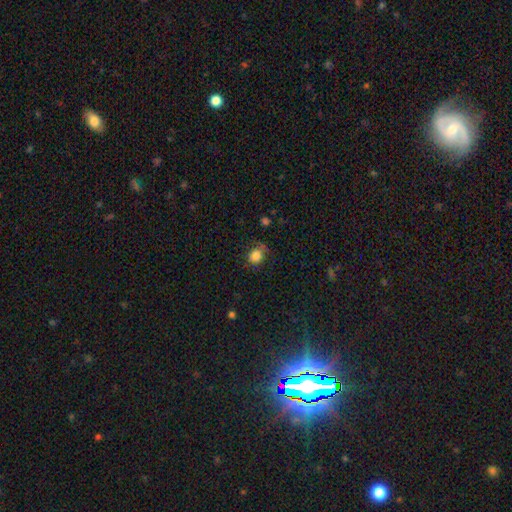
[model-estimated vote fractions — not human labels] smooth-or-featured: smooth: 80% | star or artifact: 12% | featured or disk: 8%
  how-rounded: round: 68% | in between: 31% | cigar-shaped: 1%
  merging: none: 60% | minor disturbance: 26% | major disturbance: 11% | merger: 3%